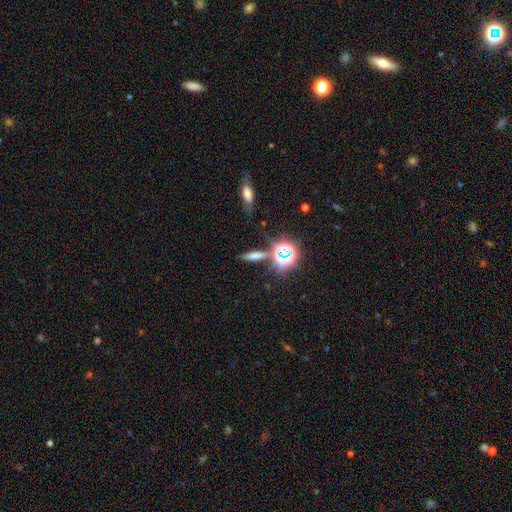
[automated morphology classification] smooth-or-featured: smooth: 53% | star or artifact: 29% | featured or disk: 17%
  how-rounded: cigar-shaped: 61% | in between: 29% | round: 10%
  merging: none: 74% | minor disturbance: 11% | merger: 9% | major disturbance: 5%